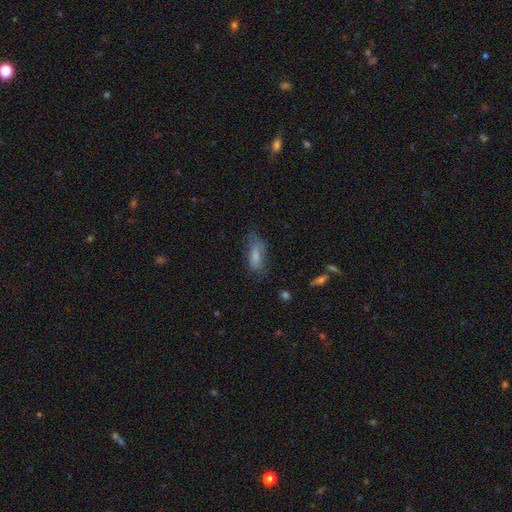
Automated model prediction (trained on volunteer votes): Q: Smooth or featured?
A: smooth (73%); runner-up: featured or disk (18%)
Q: How rounded?
A: in between (77%); runner-up: cigar-shaped (21%)
Q: Merging?
A: none (48%); runner-up: minor disturbance (32%)